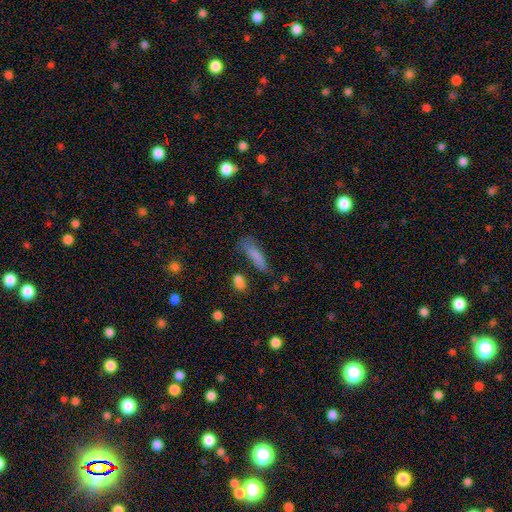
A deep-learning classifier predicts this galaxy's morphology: The model was most divided on "how rounded": cigar-shaped: 63%, in between: 34%, round: 3%. More confident: smooth or featured — smooth (77%); merging — none (56%).